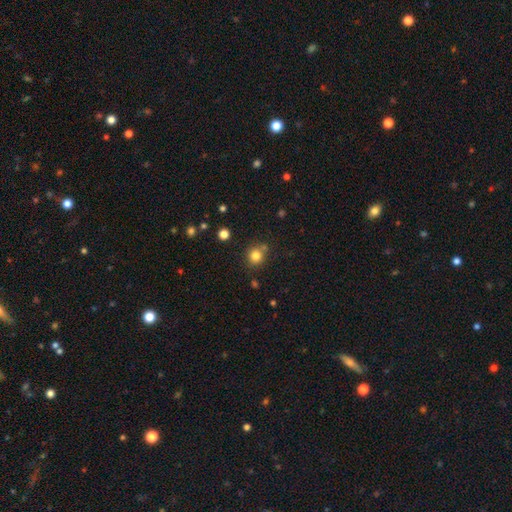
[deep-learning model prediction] smooth_or_featured: smooth (p=0.81) [alt: star or artifact p=0.13]
how_rounded: round (p=0.86) [alt: in between p=0.13]
merging: none (p=0.74) [alt: minor disturbance p=0.12]